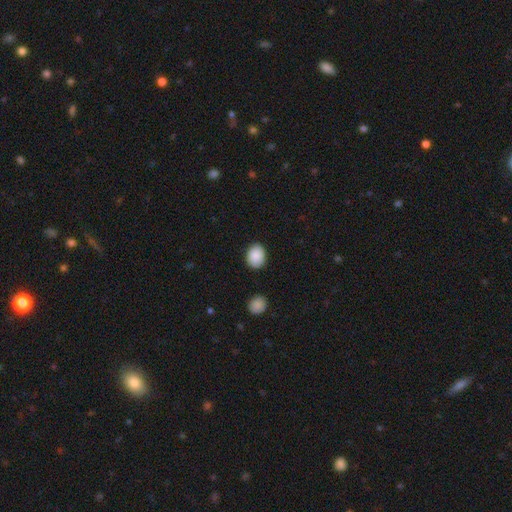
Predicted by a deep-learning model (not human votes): Smooth or featured: smooth — 89% (star or artifact — 7%)
How rounded: in between — 56% (round — 44%)
Merging: none — 86% (minor disturbance — 10%)